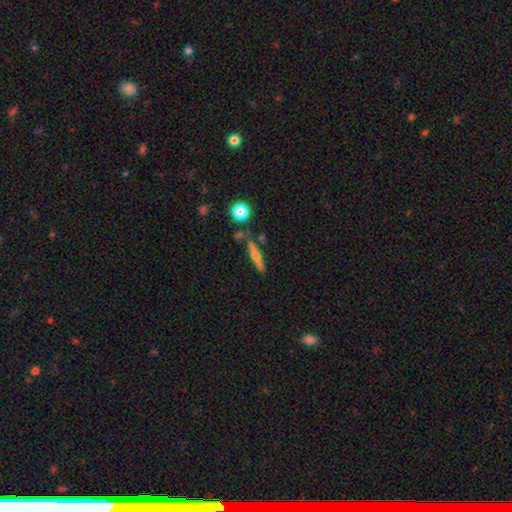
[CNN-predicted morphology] Smooth or featured: featured or disk — 52% (smooth — 40%)
Edge-on disk: yes — 94% (no — 6%)
Merging: none — 80% (minor disturbance — 11%)